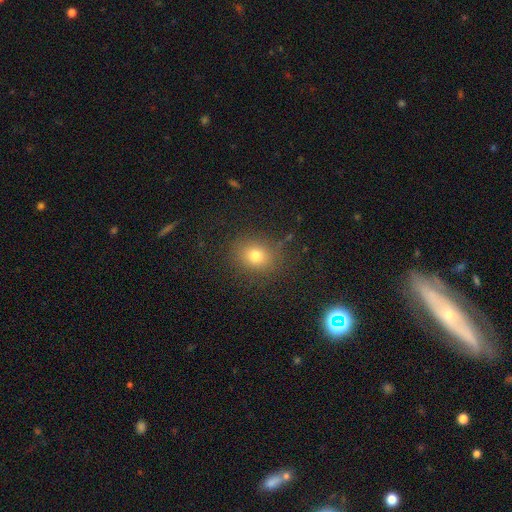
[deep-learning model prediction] Smooth or featured? Predicted: smooth (p=0.76). How rounded? Predicted: round (p=0.67). Merging? Predicted: none (p=0.83).